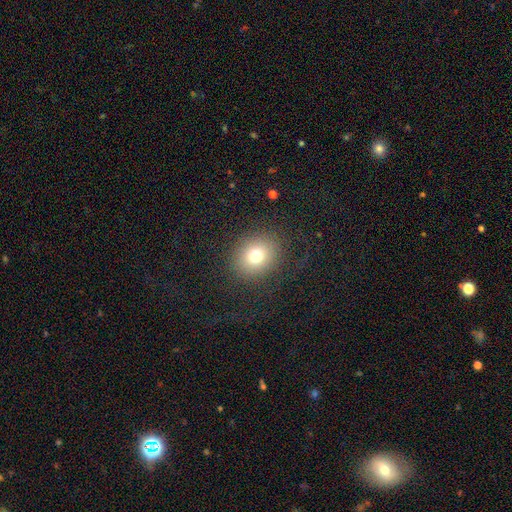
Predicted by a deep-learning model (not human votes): Smooth or featured?
  - smooth: 75% *
  - star or artifact: 14%
  - featured or disk: 11%
How rounded?
  - round: 69% *
  - in between: 30%
  - cigar-shaped: 1%
Merging?
  - none: 82% *
  - minor disturbance: 9%
  - major disturbance: 8%
  - merger: 1%